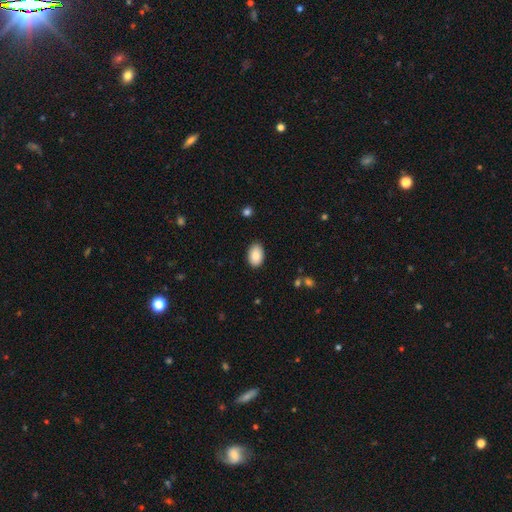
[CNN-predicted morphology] This is clearly a smooth galaxy (88%). How rounded: clearly in between (91%). Merging: clearly none (87%).